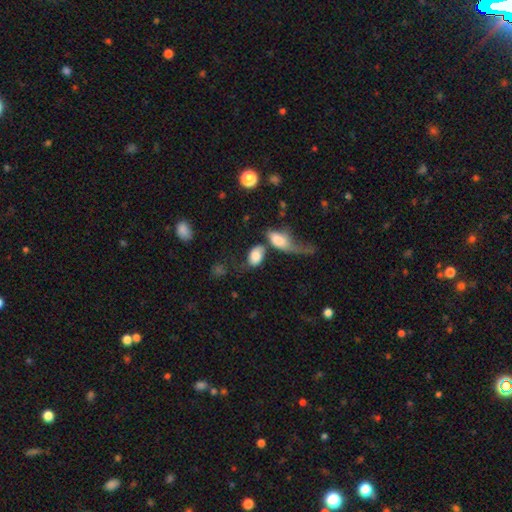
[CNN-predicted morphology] A smooth galaxy with no disk features (76%) that is in between round and cigar-shaped (88%). Merging: merger (44%).